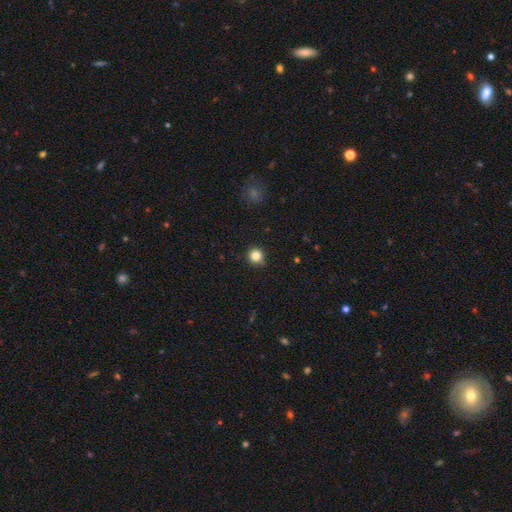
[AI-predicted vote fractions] smooth_or_featured: smooth (p=0.83) [alt: star or artifact p=0.12]
how_rounded: round (p=0.94) [alt: in between p=0.05]
merging: none (p=0.86) [alt: minor disturbance p=0.11]